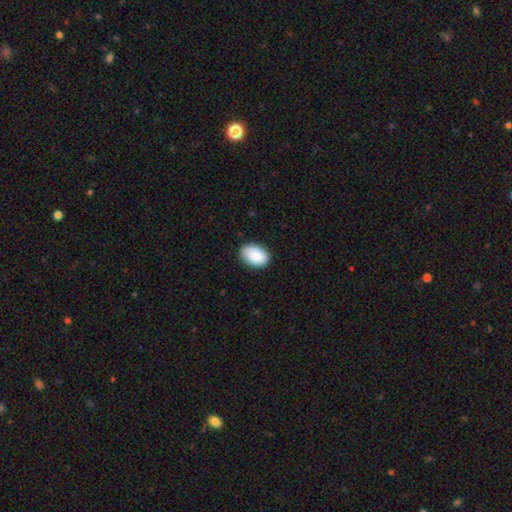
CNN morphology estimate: A smooth galaxy with no disk features (89%) that is in between round and cigar-shaped (88%). Merging: none (85%).